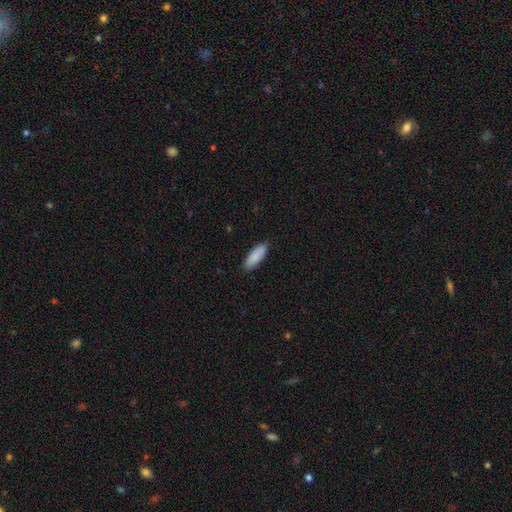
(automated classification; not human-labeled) The model was most divided on "how rounded": in between: 73%, cigar-shaped: 26%, round: 2%. More confident: smooth or featured — smooth (88%); merging — none (87%).